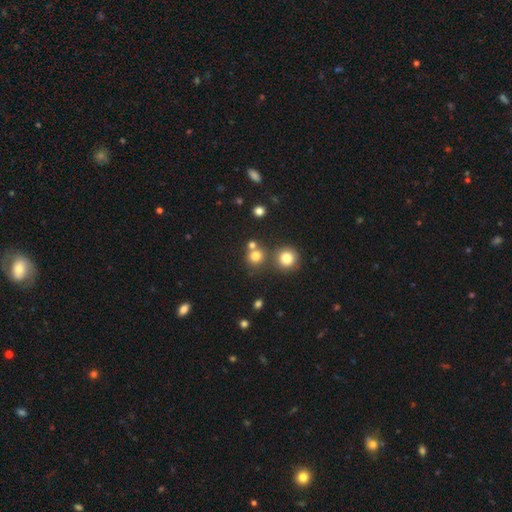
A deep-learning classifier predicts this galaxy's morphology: A smooth galaxy with no disk features (76%) that is round (87%).

Vote fractions:
- Smooth or featured? smooth: 76% / star or artifact: 16% / featured or disk: 8%
- How rounded? round: 87% / in between: 12% / cigar-shaped: 1%
- Merging? none: 63% / merger: 25% / minor disturbance: 8% / major disturbance: 4%